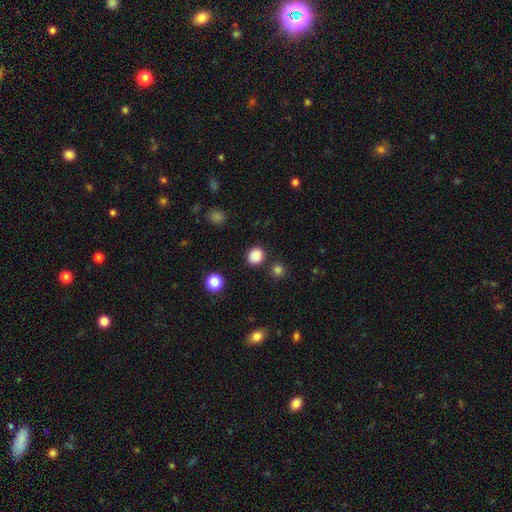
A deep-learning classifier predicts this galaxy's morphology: Smooth or featured?
  - smooth: 86% *
  - star or artifact: 11%
  - featured or disk: 3%
How rounded?
  - round: 82% *
  - in between: 17%
  - cigar-shaped: 1%
Merging?
  - none: 86% *
  - minor disturbance: 7%
  - merger: 4%
  - major disturbance: 3%